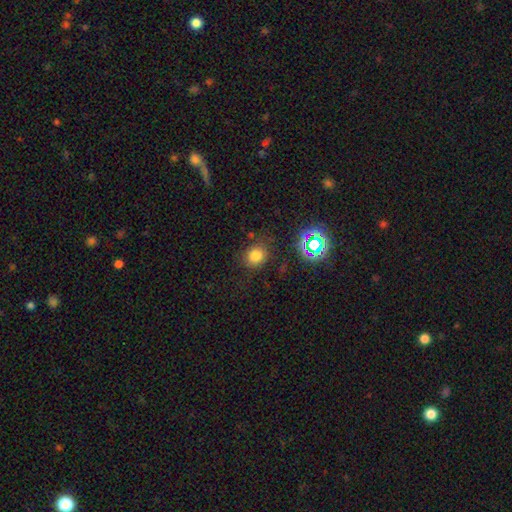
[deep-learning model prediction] A smooth galaxy with no disk features (73%) that is round (75%).

Vote fractions:
- Smooth or featured? smooth: 73% / star or artifact: 19% / featured or disk: 7%
- How rounded? round: 75% / in between: 24% / cigar-shaped: 1%
- Merging? none: 78% / minor disturbance: 13% / major disturbance: 6% / merger: 3%